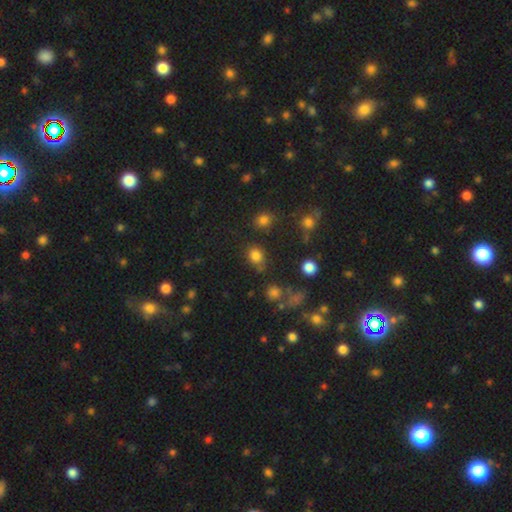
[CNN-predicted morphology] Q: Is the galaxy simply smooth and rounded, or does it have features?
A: smooth — 79%.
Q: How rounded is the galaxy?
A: round — 62%.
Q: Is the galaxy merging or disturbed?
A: none — 73%.